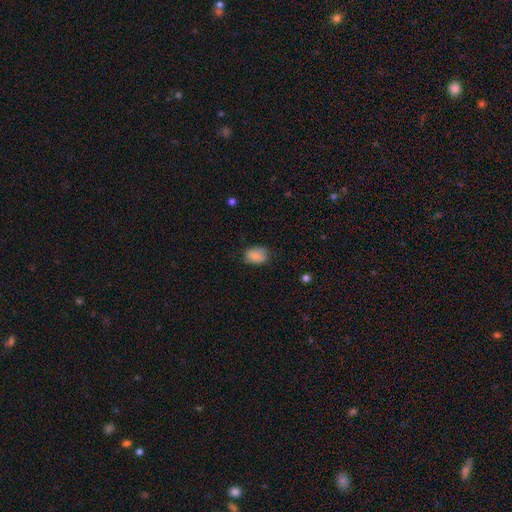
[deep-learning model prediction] smooth_or_featured: smooth (p=0.83) [alt: featured or disk p=0.09]
how_rounded: in between (p=0.76) [alt: round p=0.23]
merging: none (p=0.67) [alt: minor disturbance p=0.26]